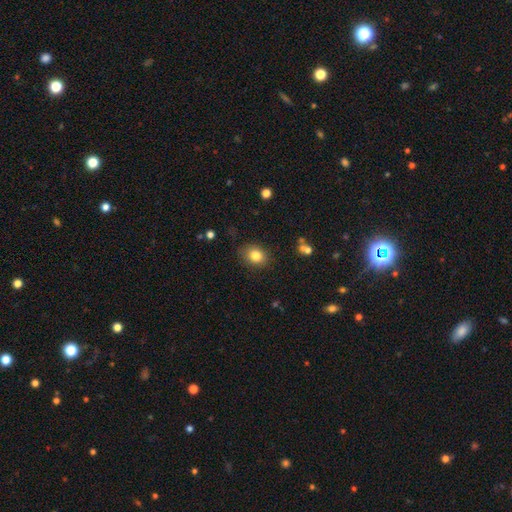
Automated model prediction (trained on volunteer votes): Smooth or featured: smooth — 82% (star or artifact — 10%)
How rounded: round — 51% (in between — 48%)
Merging: none — 83% (minor disturbance — 12%)